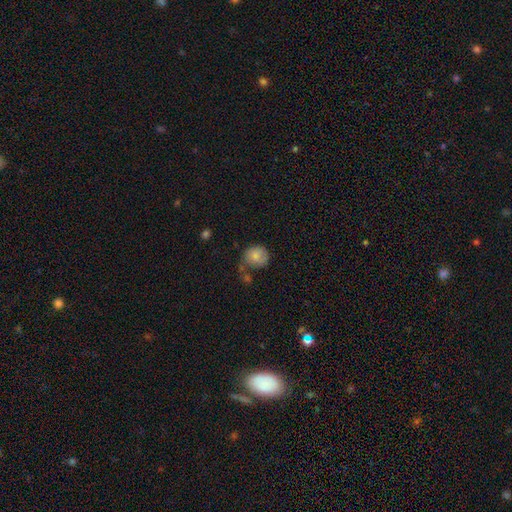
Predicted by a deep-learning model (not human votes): A smooth galaxy with no disk features (79%) that is round (76%). Merging: none (49%).